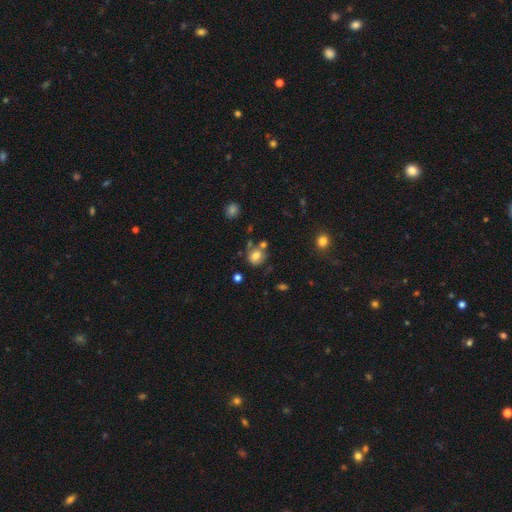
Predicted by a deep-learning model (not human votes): Overall: smooth (75%). How rounded: round (69%; in between 30%). Merging: none (58%; merger 19%).